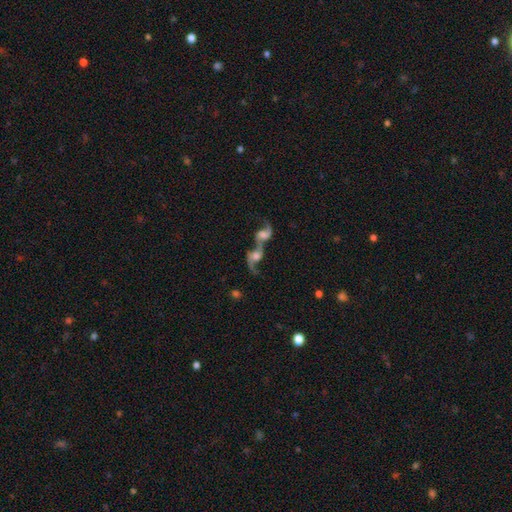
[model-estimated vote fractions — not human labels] smooth_or_featured: featured or disk (p=0.69) [alt: smooth p=0.21]
disk_edge_on: no (p=0.94) [alt: yes p=0.06]
bar: no (p=0.63) [alt: weak p=0.28]
has_spiral_arms: yes (p=0.84) [alt: no p=0.16]
spiral_winding: loose (p=0.79) [alt: medium p=0.17]
spiral_arm_count: 2 (p=0.73) [alt: 1 p=0.18]
bulge_size: moderate (p=0.41) [alt: large p=0.24]
merging: merger (p=0.78) [alt: none p=0.10]